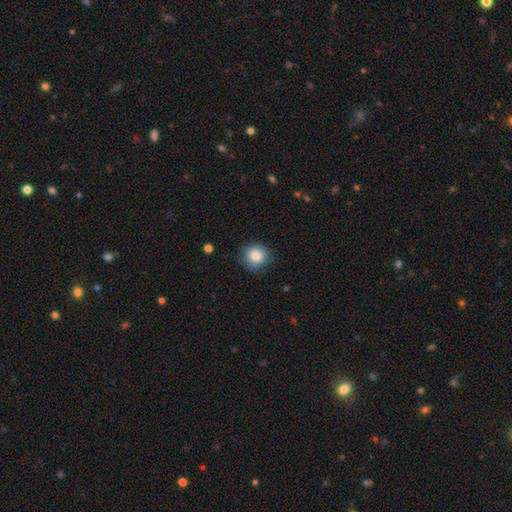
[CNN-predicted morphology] A smooth galaxy with no disk features (86%) that is round (88%). Merging: none (80%).